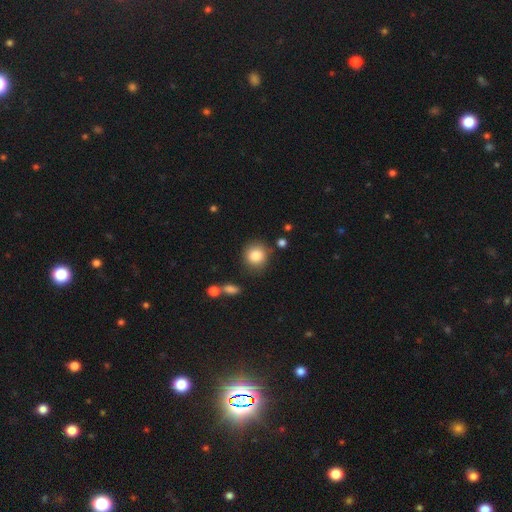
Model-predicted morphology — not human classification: Smooth or featured?
  - smooth: 84% *
  - star or artifact: 9%
  - featured or disk: 7%
How rounded?
  - round: 88% *
  - in between: 11%
  - cigar-shaped: 1%
Merging?
  - none: 81% *
  - minor disturbance: 11%
  - merger: 4%
  - major disturbance: 3%